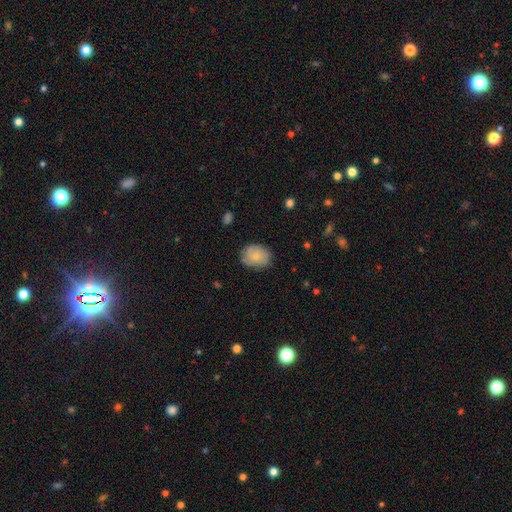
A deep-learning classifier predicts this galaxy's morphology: smooth 68%, featured or disk 25%, star or artifact 7%. Down the decision tree: how rounded — in between (57%); merging — none (77%).